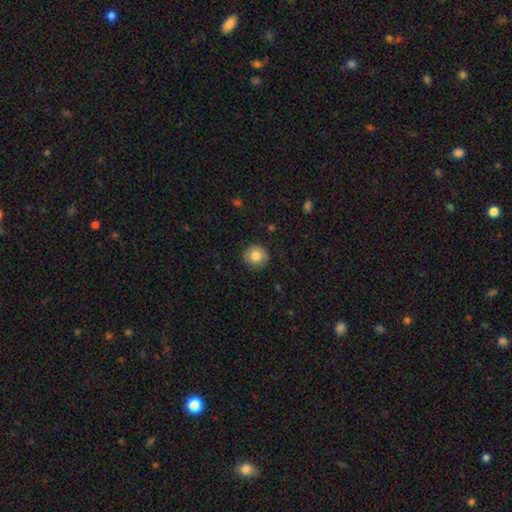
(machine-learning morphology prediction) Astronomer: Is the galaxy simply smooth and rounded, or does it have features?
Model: smooth — 83%.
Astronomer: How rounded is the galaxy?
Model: round — 92%.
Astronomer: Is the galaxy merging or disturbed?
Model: none — 88%.